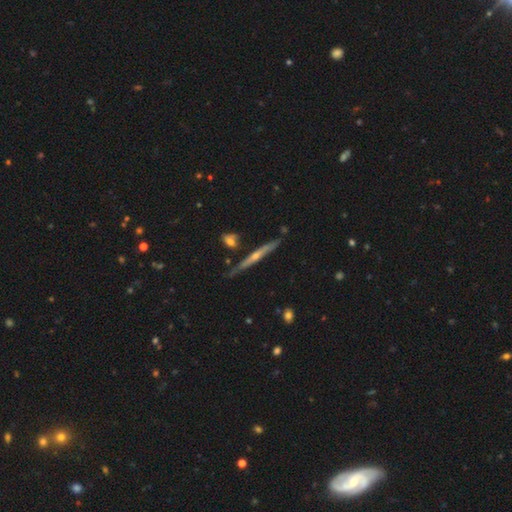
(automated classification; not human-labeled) featured or disk 75%, smooth 17%, star or artifact 8%. Down the decision tree: edge-on disk — yes (96%); edge-on bulge — rounded (76%); merging — none (83%).